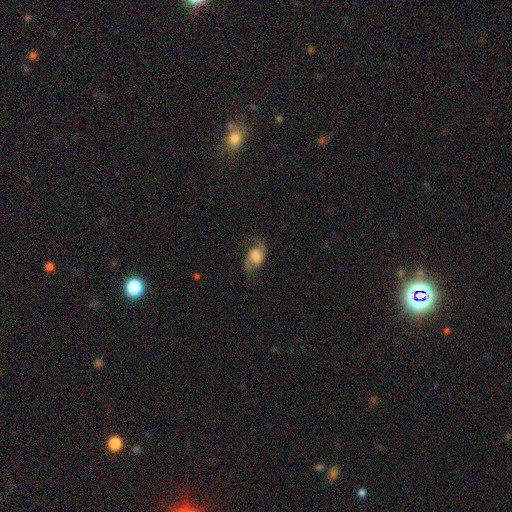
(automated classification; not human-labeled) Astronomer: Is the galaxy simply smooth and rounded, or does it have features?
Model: featured or disk — 58%.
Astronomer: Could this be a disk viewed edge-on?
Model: no — 96%.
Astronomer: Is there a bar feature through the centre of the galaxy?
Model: no — 52% (runner-up: weak, 37%).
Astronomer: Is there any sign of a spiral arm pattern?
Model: yes — 89%.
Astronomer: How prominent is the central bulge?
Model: large — 33% (runner-up: moderate, 28%).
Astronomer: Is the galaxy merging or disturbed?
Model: none — 64%.